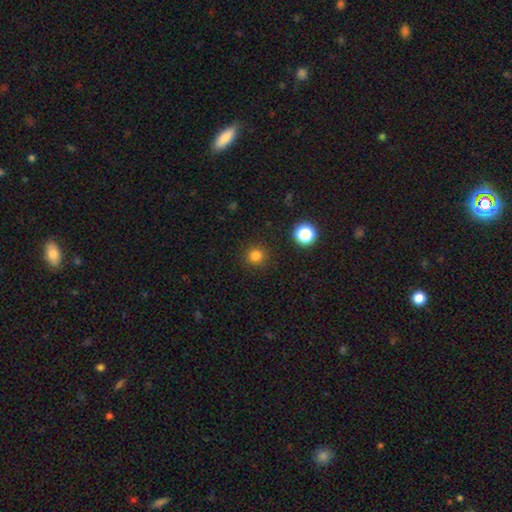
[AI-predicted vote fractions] Overall: smooth (80%). How rounded: round (94%). Merging: none (90%).